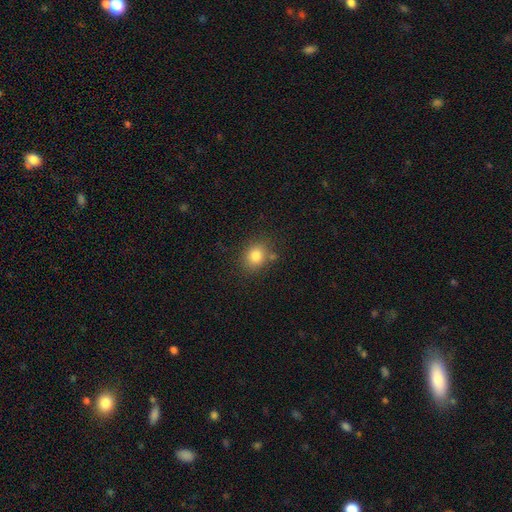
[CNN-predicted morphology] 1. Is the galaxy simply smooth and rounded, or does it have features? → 82% smooth, 11% star or artifact, 7% featured or disk.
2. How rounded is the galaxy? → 68% round, 31% in between, 1% cigar-shaped.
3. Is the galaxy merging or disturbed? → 77% none, 13% minor disturbance, 6% merger, 4% major disturbance.